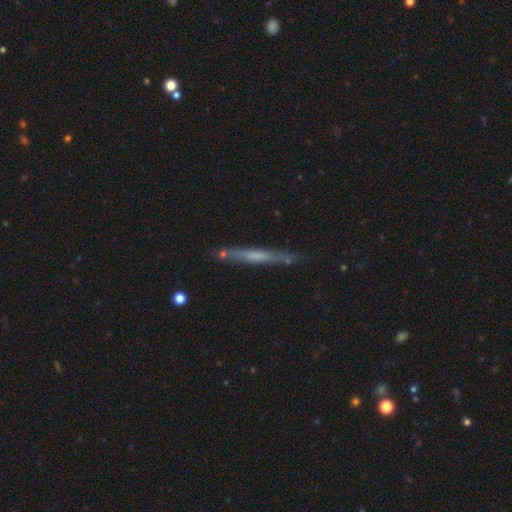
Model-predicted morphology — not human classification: Overall: featured or disk (50%; smooth 43%). Merging: none (80%).